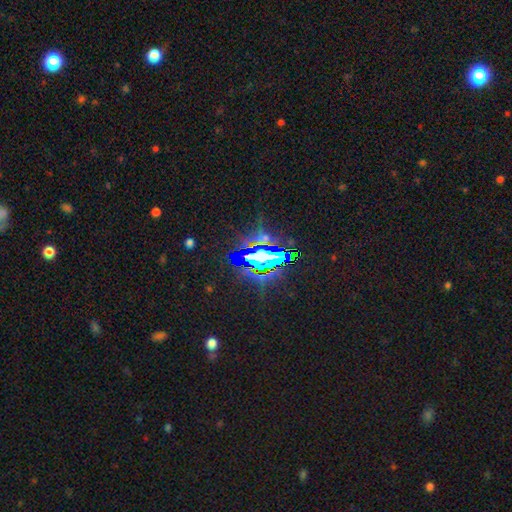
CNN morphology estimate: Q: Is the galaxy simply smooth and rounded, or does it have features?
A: star or artifact — 70%.